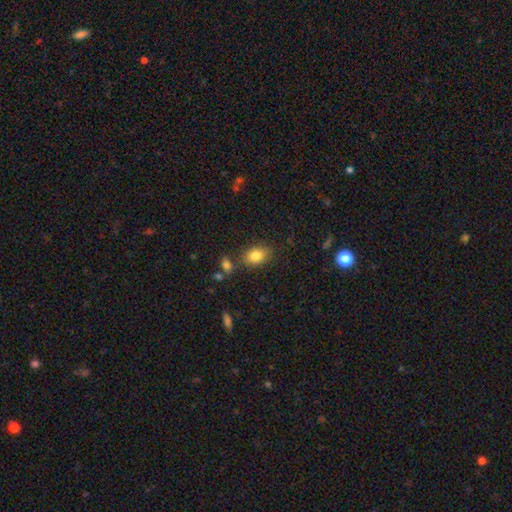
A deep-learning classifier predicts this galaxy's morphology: Smooth or featured? smooth (84%)
How rounded? in between (82%)
Merging? none (76%)